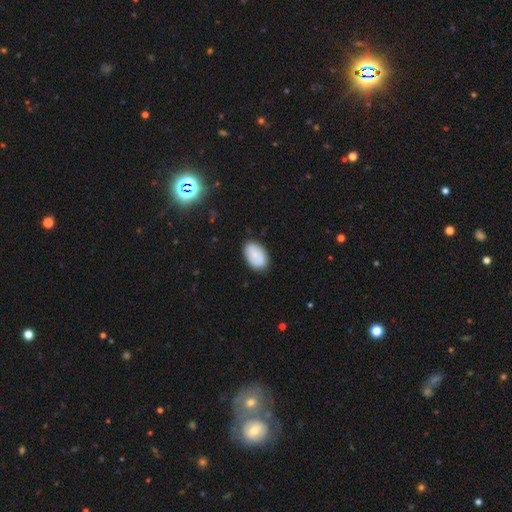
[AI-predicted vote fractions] Smooth or featured?
  - smooth: 77% *
  - featured or disk: 15%
  - star or artifact: 7%
How rounded?
  - in between: 92% *
  - round: 7%
  - cigar-shaped: 1%
Merging?
  - none: 83% *
  - minor disturbance: 13%
  - major disturbance: 3%
  - merger: 1%